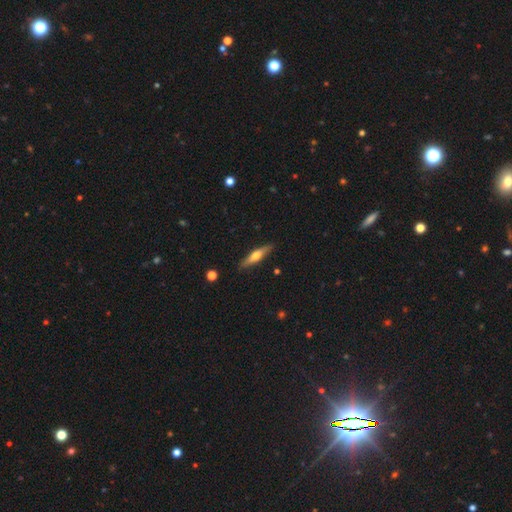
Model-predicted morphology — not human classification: The model was most divided on "smooth or featured": featured or disk: 53%, smooth: 42%, star or artifact: 6%. More confident: edge-on disk — yes (93%); merging — none (88%).